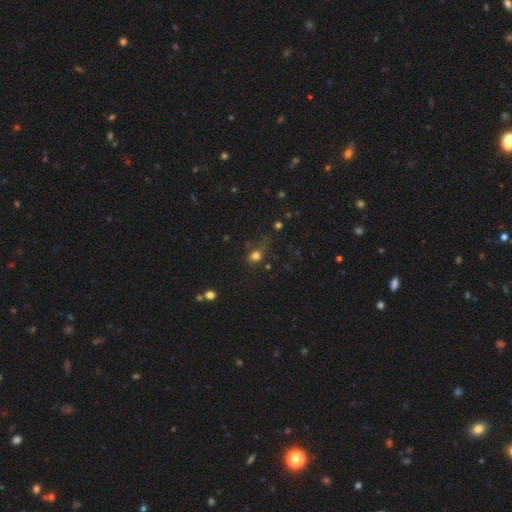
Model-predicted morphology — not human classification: Smooth or featured?
  - smooth: 74% *
  - star or artifact: 18%
  - featured or disk: 8%
How rounded?
  - round: 77% *
  - in between: 21%
  - cigar-shaped: 2%
Merging?
  - none: 53% *
  - minor disturbance: 23%
  - major disturbance: 18%
  - merger: 6%